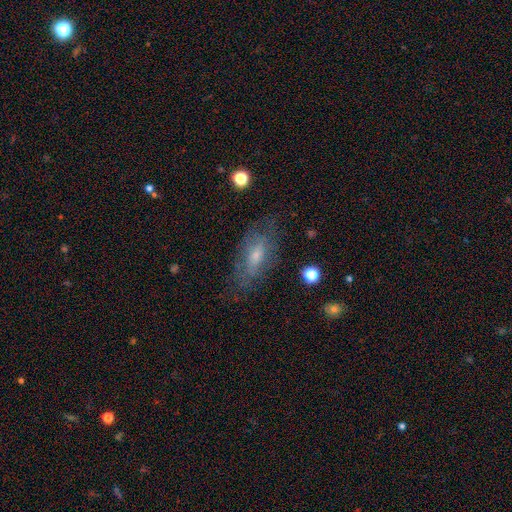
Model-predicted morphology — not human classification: Smooth or featured? Predicted: featured or disk (p=0.47). Merging? Predicted: none (p=0.67).